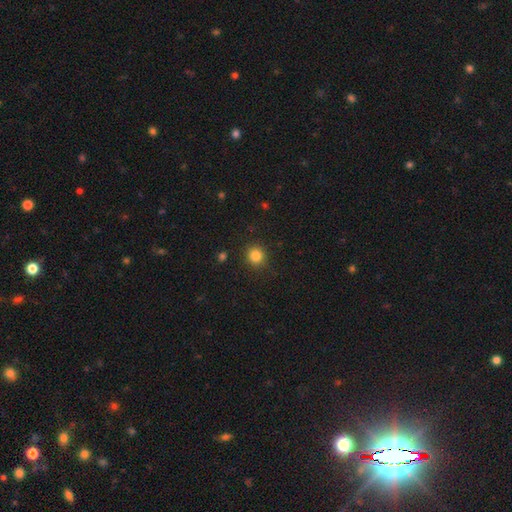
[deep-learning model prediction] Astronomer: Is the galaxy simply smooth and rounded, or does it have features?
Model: smooth — 84%.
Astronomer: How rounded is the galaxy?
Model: round — 89%.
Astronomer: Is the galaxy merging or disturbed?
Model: none — 89%.